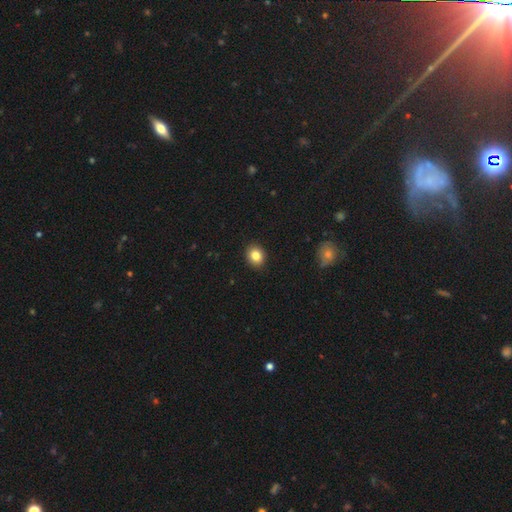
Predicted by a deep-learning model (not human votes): This is clearly a smooth galaxy (83%). How rounded: likely round (62%). Merging: clearly none (90%).